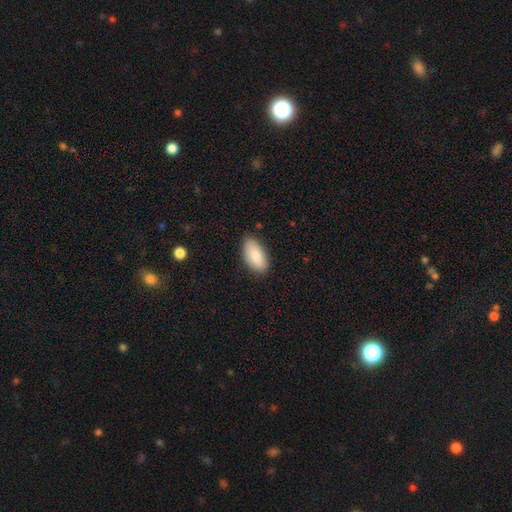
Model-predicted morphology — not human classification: A smooth galaxy with no disk features (80%) that is in between round and cigar-shaped (94%).

Vote fractions:
- Smooth or featured? smooth: 80% / featured or disk: 13% / star or artifact: 6%
- How rounded? in between: 94% / cigar-shaped: 3% / round: 3%
- Merging? none: 82% / minor disturbance: 14% / major disturbance: 3% / merger: 1%